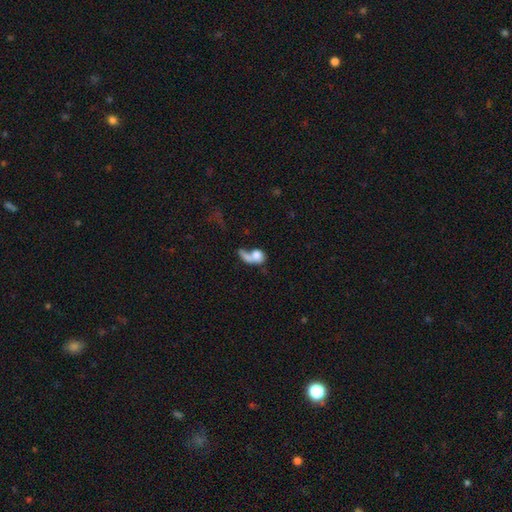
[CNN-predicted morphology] type=smooth (59%); roundness=in between (57%); merging=merger (40%).